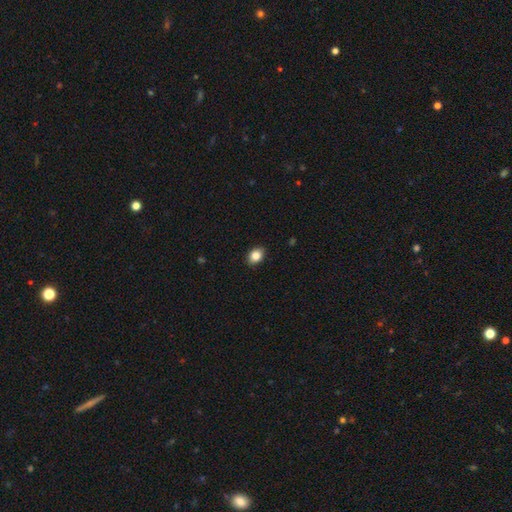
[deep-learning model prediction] Smooth or featured: smooth — 85% (star or artifact — 9%)
How rounded: in between — 72% (round — 26%)
Merging: none — 89% (minor disturbance — 9%)